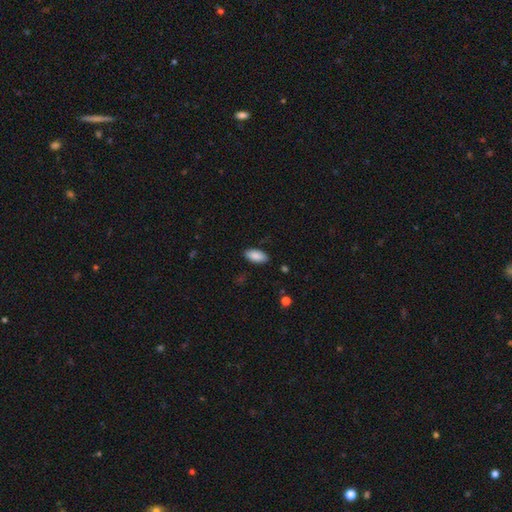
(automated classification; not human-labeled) The model was most divided on "merging": none: 86%, minor disturbance: 10%, major disturbance: 2%, merger: 1%. More confident: how rounded — in between (92%); smooth or featured — smooth (88%).